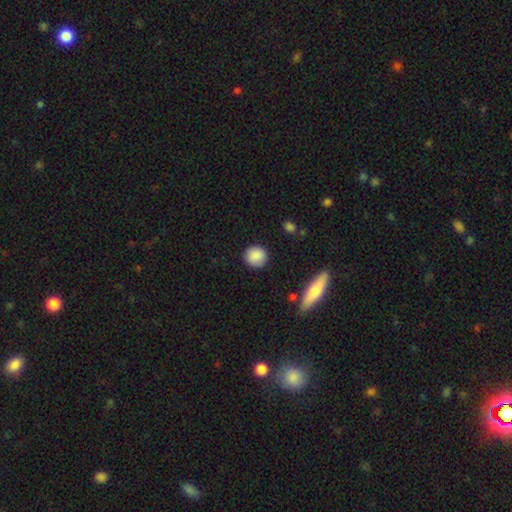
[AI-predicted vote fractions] Q: Smooth or featured?
A: smooth (87%); runner-up: star or artifact (7%)
Q: How rounded?
A: round (90%); runner-up: in between (9%)
Q: Merging?
A: none (88%); runner-up: minor disturbance (8%)